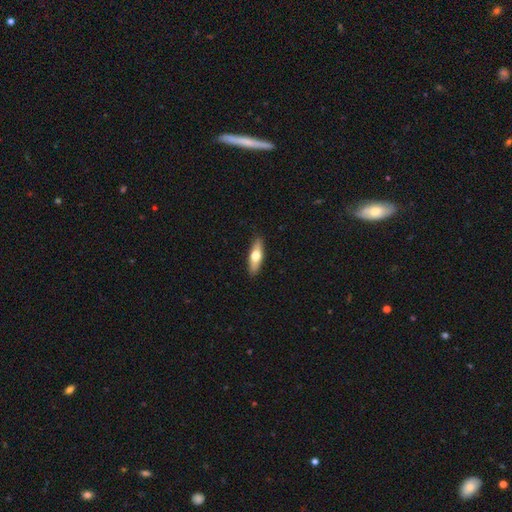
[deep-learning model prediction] Smooth or featured? smooth (59%)
How rounded? cigar-shaped (49%)
Merging? none (90%)